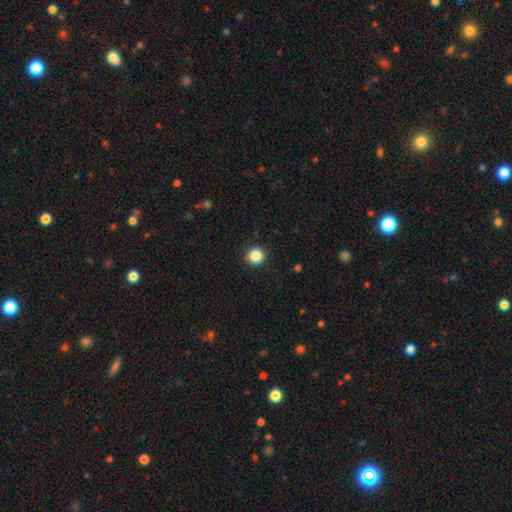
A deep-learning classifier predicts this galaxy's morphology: A smooth galaxy with no disk features (87%) that is round (95%).

Vote fractions:
- Smooth or featured? smooth: 87% / star or artifact: 10% / featured or disk: 3%
- How rounded? round: 95% / in between: 4% / cigar-shaped: 1%
- Merging? none: 91% / minor disturbance: 6% / major disturbance: 2% / merger: 1%